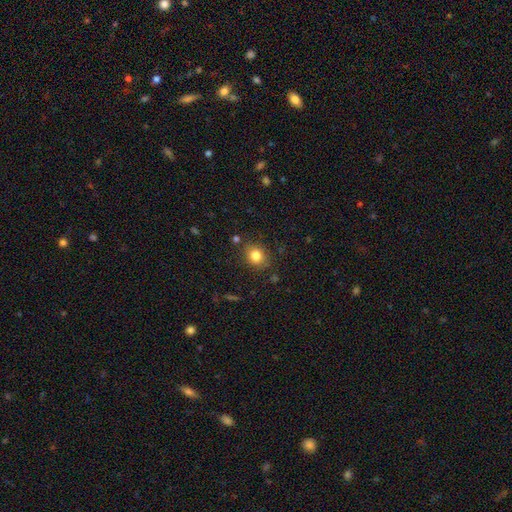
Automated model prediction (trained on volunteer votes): This appears to be a smooth galaxy with no disk features (82%) that is round (65%). Merging: none (82%).